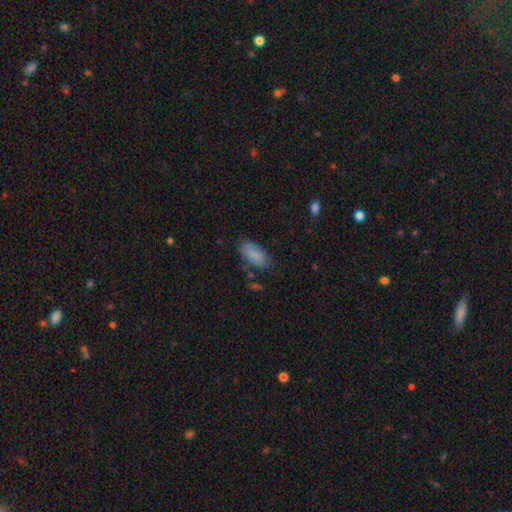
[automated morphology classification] smooth_or_featured: smooth (p=0.83) [alt: featured or disk p=0.10]
how_rounded: in between (p=0.90) [alt: cigar-shaped p=0.08]
merging: none (p=0.74) [alt: minor disturbance p=0.19]